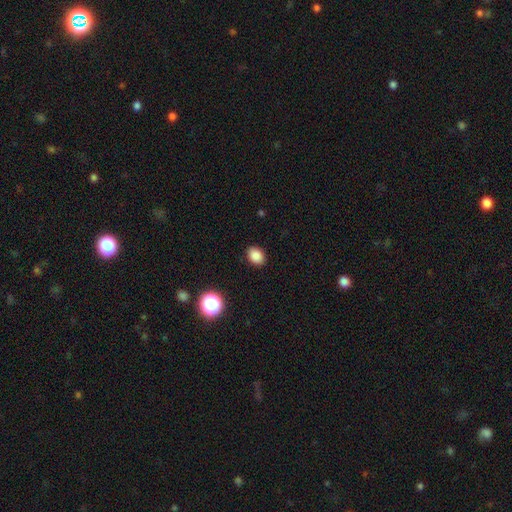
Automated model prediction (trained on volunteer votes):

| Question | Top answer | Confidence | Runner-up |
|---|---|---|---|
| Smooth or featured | smooth | 86% | star or artifact (11%) |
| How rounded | in between | 63% | round (36%) |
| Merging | none | 90% | minor disturbance (7%) |